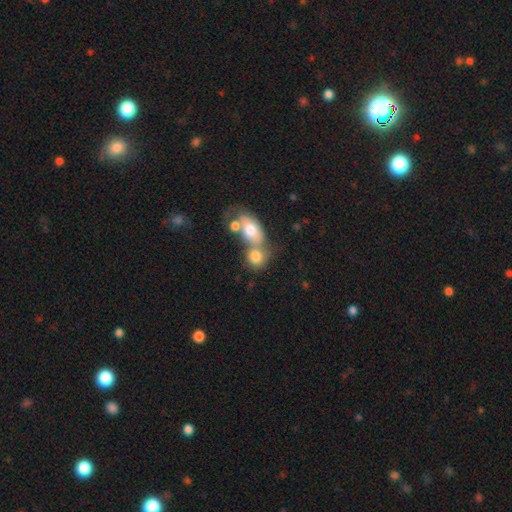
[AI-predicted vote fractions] smooth 72%, featured or disk 18%, star or artifact 10%. Down the decision tree: how rounded — in between (50%); merging — merger (59%).